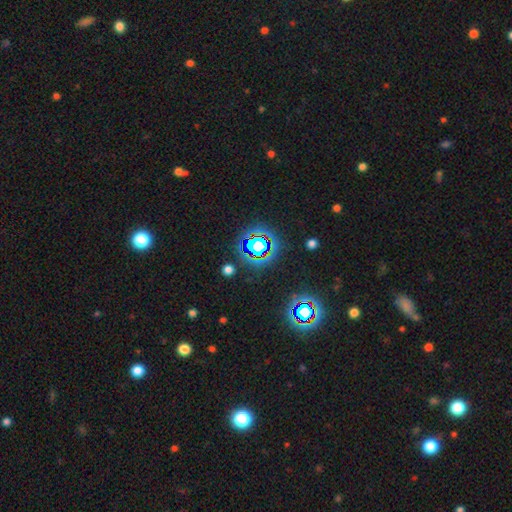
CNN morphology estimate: Smooth or featured? Predicted: star or artifact (p=0.80).